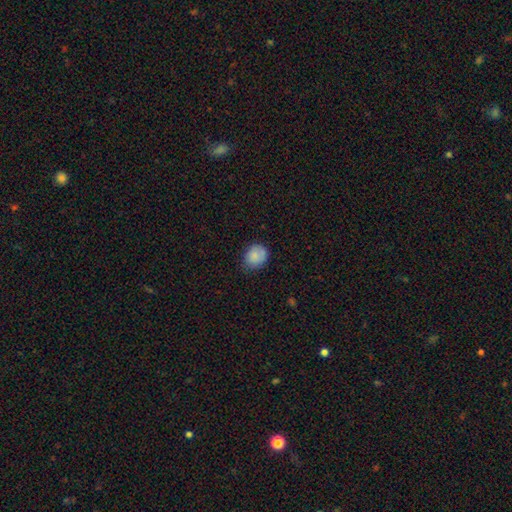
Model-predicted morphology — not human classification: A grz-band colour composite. It shows a smooth galaxy with no disk features (83%) that is round (60%). Merging: none (66%).